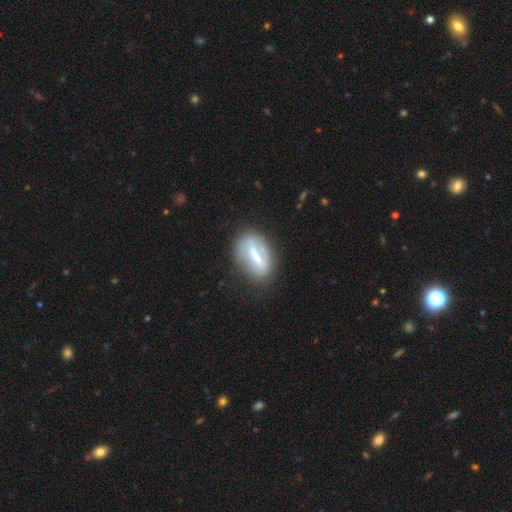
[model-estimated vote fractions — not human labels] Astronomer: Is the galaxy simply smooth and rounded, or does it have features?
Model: featured or disk — 54% (runner-up: smooth, 38%).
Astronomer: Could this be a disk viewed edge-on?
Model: no — 76%.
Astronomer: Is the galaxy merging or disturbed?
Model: none — 72%.